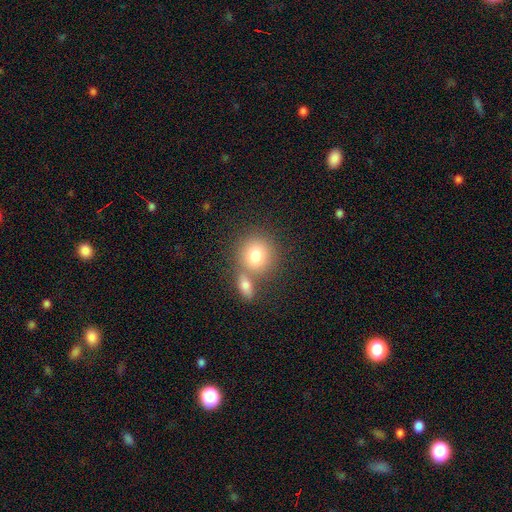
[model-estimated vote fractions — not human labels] Morphology: type=smooth (78%); roundness=round (84%); merging=none (54%).